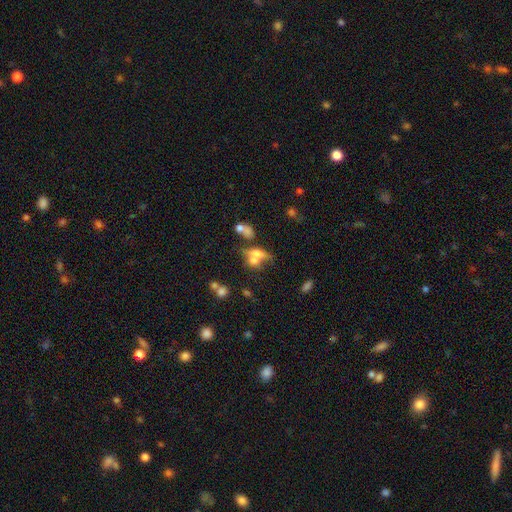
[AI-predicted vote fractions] Morphology: type=smooth (54%); roundness=in between (61%); merging=merger (55%).